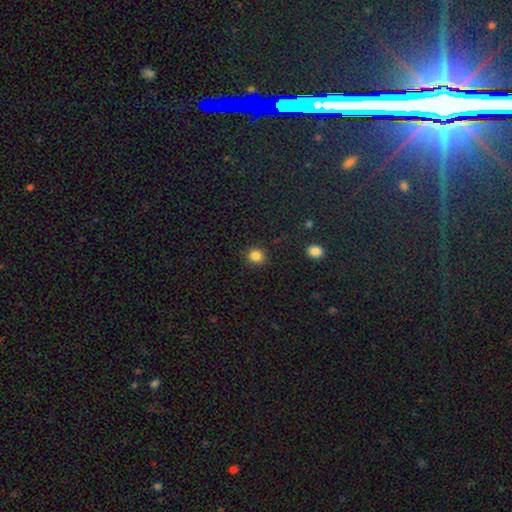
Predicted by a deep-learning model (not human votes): This appears to be a smooth galaxy with no disk features (84%) that is round (84%). Merging: none (87%).